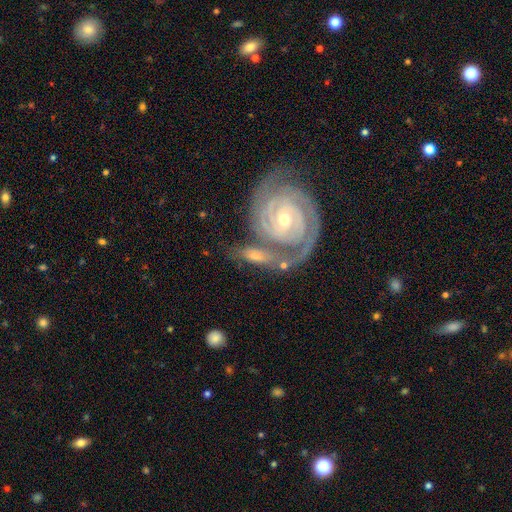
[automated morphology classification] smooth-or-featured: featured or disk: 75% | smooth: 19% | star or artifact: 6%
  disk-edge-on: no: 93% | yes: 7%
    bar: no: 60% | weak: 26% | strong: 13%
    has-spiral-arms: yes: 93% | no: 7%
      spiral-winding: tight: 79% | medium: 18% | loose: 4%
      spiral-arm-count: 2: 49% | 3: 19% | can't tell: 18% | 4: 6% | 1: 4% | more than 4: 4%
    bulge-size: small: 50% | moderate: 45% | large: 3% | none: 1% | dominant: 1%
  merging: none: 41% | merger: 34% | minor disturbance: 17% | major disturbance: 8%